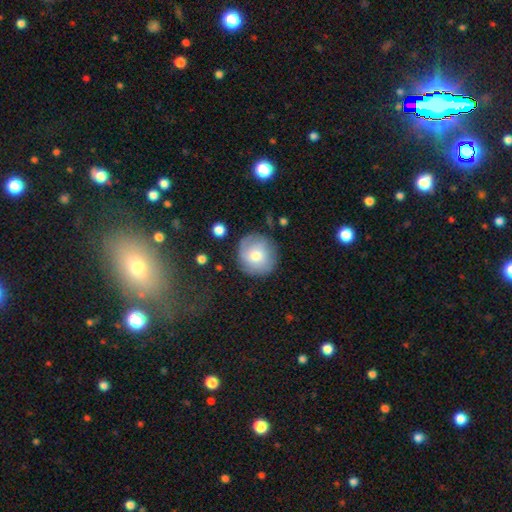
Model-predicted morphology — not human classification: Smooth or featured?
  - smooth: 59% *
  - featured or disk: 33%
  - star or artifact: 8%
How rounded?
  - round: 90% *
  - in between: 9%
  - cigar-shaped: 1%
Merging?
  - none: 79% *
  - minor disturbance: 15%
  - major disturbance: 5%
  - merger: 2%